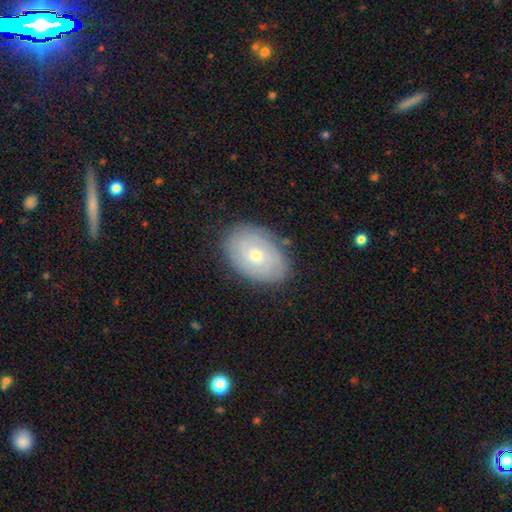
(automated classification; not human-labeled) smooth_or_featured: featured or disk (p=0.64) [alt: smooth p=0.29]
disk_edge_on: no (p=0.95) [alt: yes p=0.05]
bar: no (p=0.80) [alt: weak p=0.17]
has_spiral_arms: yes (p=0.80) [alt: no p=0.20]
bulge_size: small (p=0.59) [alt: moderate p=0.38]
merging: none (p=0.83) [alt: minor disturbance p=0.12]